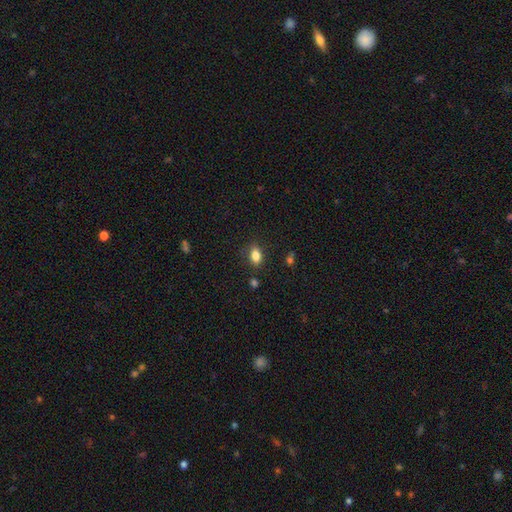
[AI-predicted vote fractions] Smooth or featured? Predicted: smooth (p=0.83). How rounded? Predicted: in between (p=0.81). Merging? Predicted: none (p=0.81).